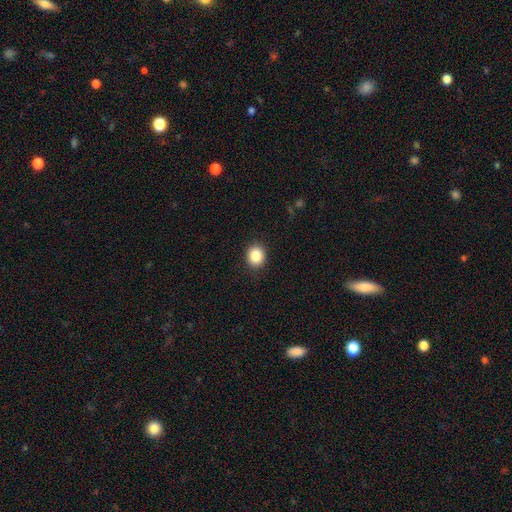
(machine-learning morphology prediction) A smooth galaxy with no disk features (86%) that is round (67%). Merging: none (90%).